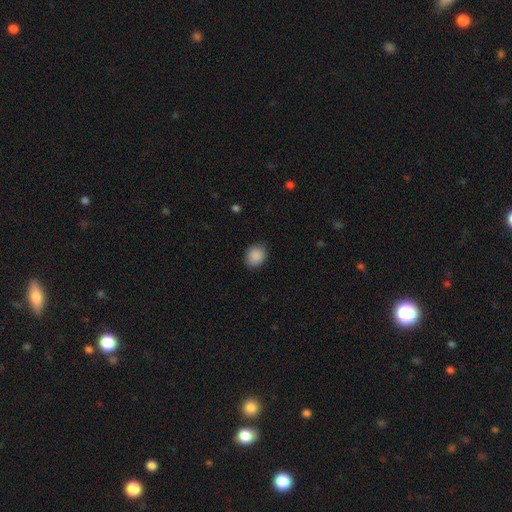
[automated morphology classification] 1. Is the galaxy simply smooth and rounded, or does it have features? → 89% smooth, 8% star or artifact, 3% featured or disk.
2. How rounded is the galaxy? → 65% round, 34% in between, 1% cigar-shaped.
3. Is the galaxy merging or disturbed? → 85% none, 11% minor disturbance, 3% major disturbance, 1% merger.